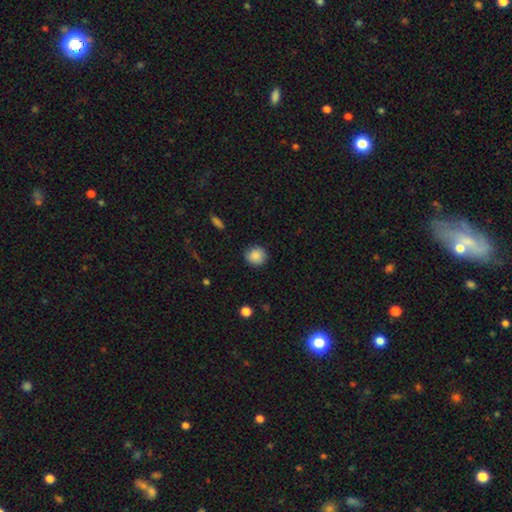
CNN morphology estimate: Smooth or featured? Predicted: smooth (p=0.88). How rounded? Predicted: round (p=0.90). Merging? Predicted: none (p=0.88).